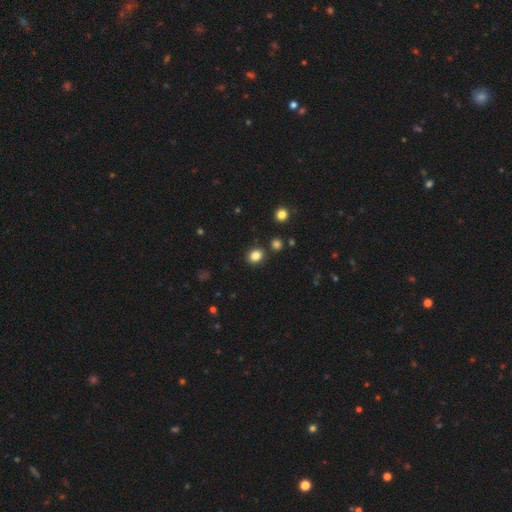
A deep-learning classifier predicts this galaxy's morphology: Smooth or featured?
  - smooth: 84% *
  - star or artifact: 11%
  - featured or disk: 5%
How rounded?
  - round: 58% *
  - in between: 41%
  - cigar-shaped: 1%
Merging?
  - none: 85% *
  - minor disturbance: 8%
  - merger: 4%
  - major disturbance: 2%